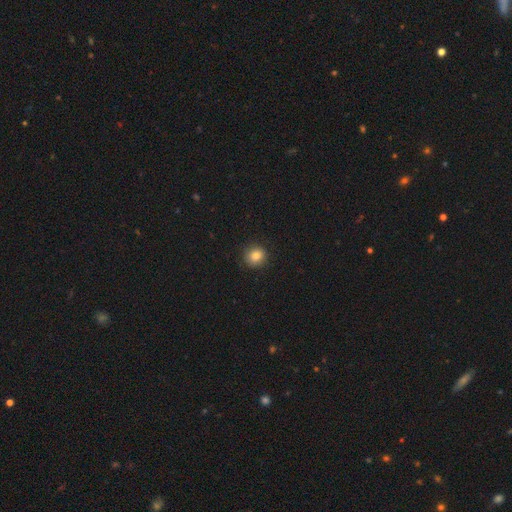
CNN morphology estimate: smooth_or_featured: smooth (p=0.84) [alt: star or artifact p=0.11]
how_rounded: round (p=0.87) [alt: in between p=0.12]
merging: none (p=0.90) [alt: minor disturbance p=0.07]